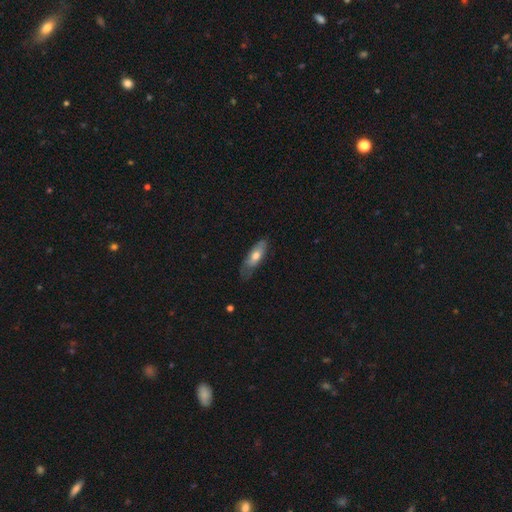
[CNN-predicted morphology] Smooth or featured? smooth (62%)
How rounded? in between (62%)
Merging? none (55%)